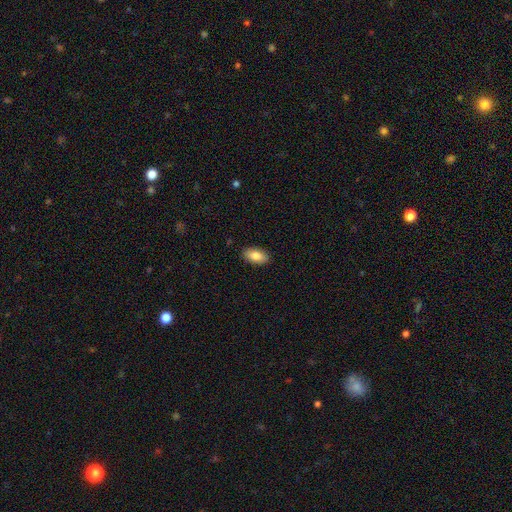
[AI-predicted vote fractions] Smooth or featured? smooth (86%)
How rounded? in between (94%)
Merging? none (89%)